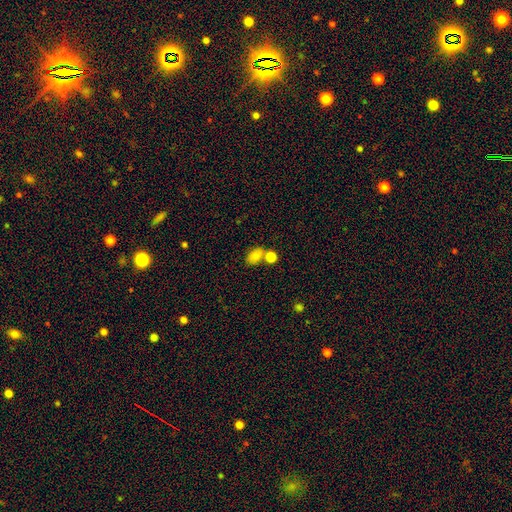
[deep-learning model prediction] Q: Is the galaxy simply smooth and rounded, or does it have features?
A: smooth — 82%.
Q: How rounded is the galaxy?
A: in between — 78%.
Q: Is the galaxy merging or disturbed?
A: none — 46%.